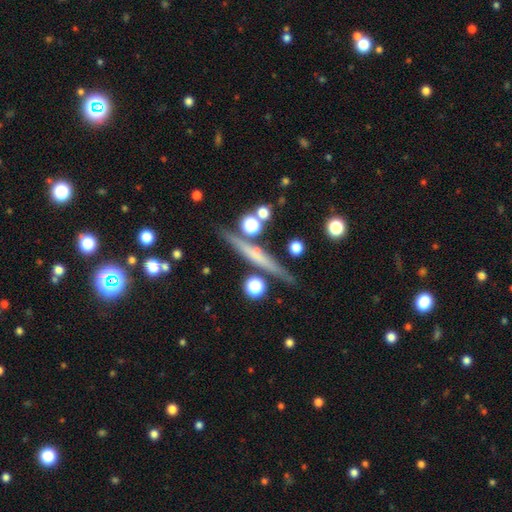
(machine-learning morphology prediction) Smooth or featured? featured or disk (57%)
Edge-on disk? yes (96%)
Edge-on bulge? none (63%)
Merging? none (85%)